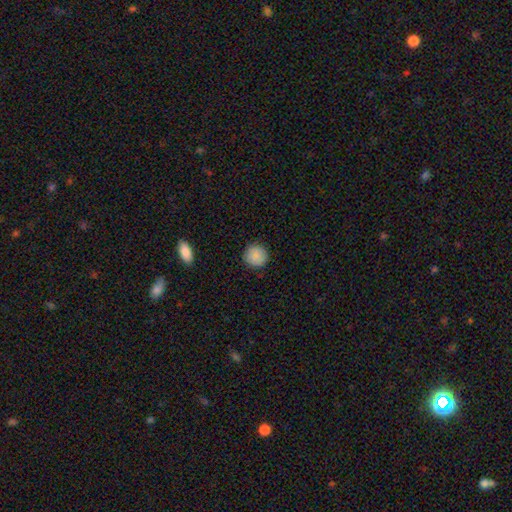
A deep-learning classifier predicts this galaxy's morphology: Smooth or featured? smooth (89%)
How rounded? round (94%)
Merging? none (91%)